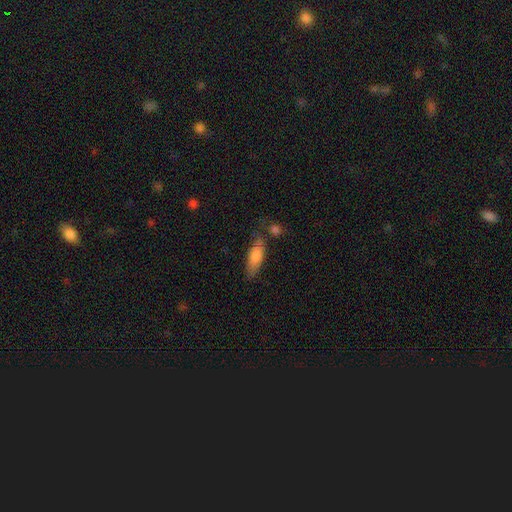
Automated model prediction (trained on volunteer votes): This appears to be a smooth galaxy with no disk features (78%) that is in between round and cigar-shaped (61%). Merging: none (58%).